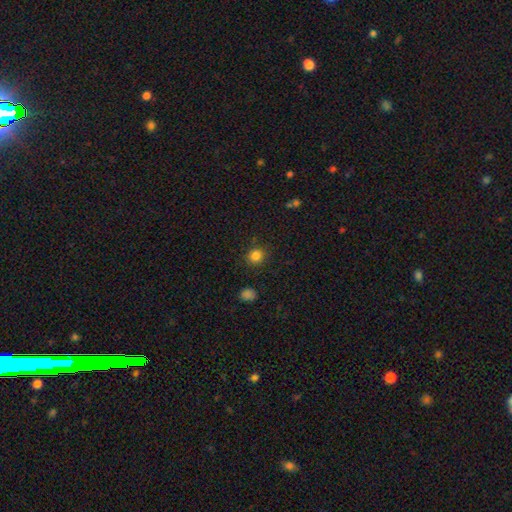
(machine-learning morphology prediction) A smooth galaxy with no disk features (83%) that is round (87%).

Vote fractions:
- Smooth or featured? smooth: 83% / star or artifact: 12% / featured or disk: 5%
- How rounded? round: 87% / in between: 12% / cigar-shaped: 1%
- Merging? none: 88% / minor disturbance: 8% / major disturbance: 3% / merger: 2%